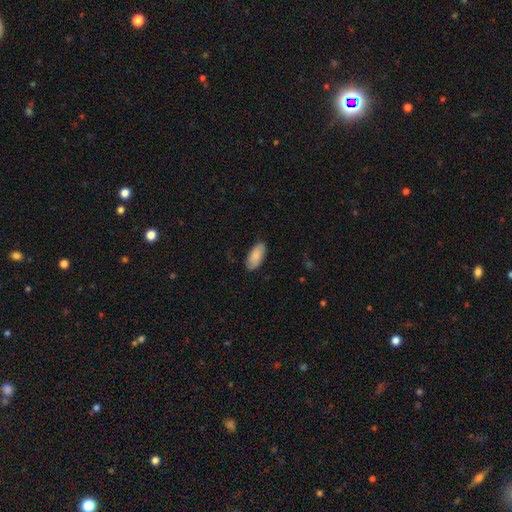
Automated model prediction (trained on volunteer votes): Q: Smooth or featured?
A: smooth (86%); runner-up: featured or disk (9%)
Q: How rounded?
A: in between (91%); runner-up: cigar-shaped (8%)
Q: Merging?
A: none (85%); runner-up: minor disturbance (12%)